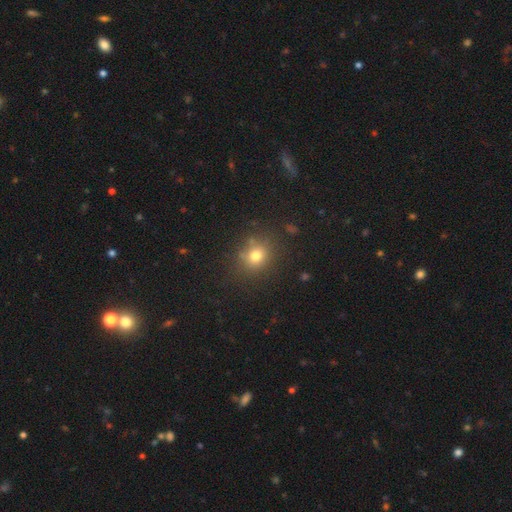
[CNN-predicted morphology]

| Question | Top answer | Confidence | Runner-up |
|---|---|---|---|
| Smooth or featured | smooth | 75% | star or artifact (16%) |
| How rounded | round | 75% | in between (24%) |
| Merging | none | 80% | minor disturbance (12%) |